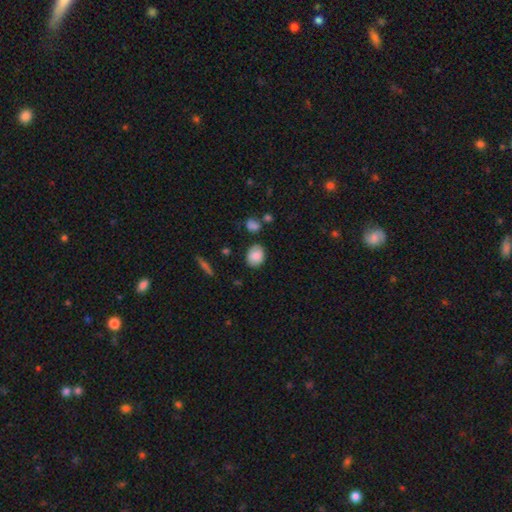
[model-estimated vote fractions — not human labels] Overall: smooth (84%). How rounded: in between (57%; round 42%). Merging: none (77%).